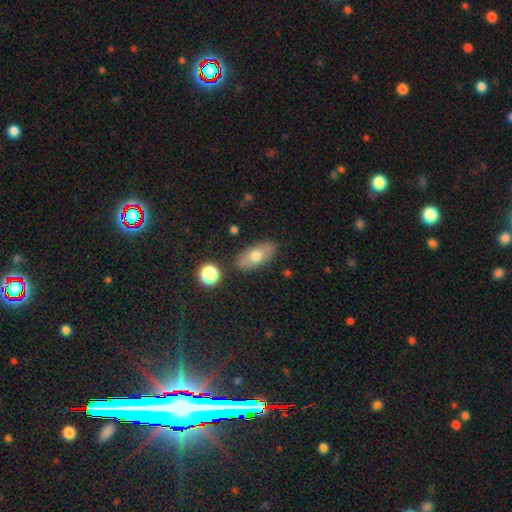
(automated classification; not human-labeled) This appears to be a smooth galaxy with no disk features (68%) that is in between round and cigar-shaped (87%). Merging: none (85%).